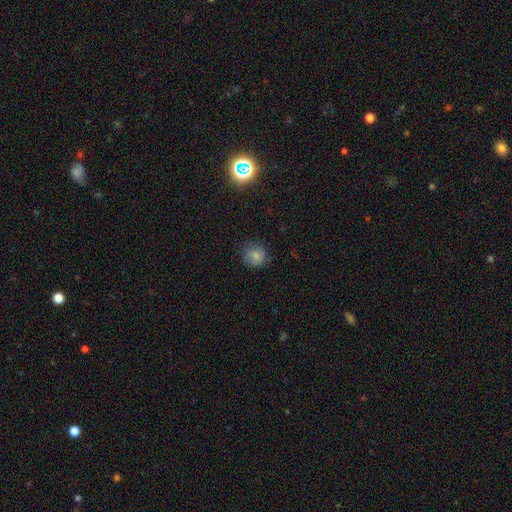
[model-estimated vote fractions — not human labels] Overall: smooth (72%). How rounded: round (82%). Merging: none (73%).